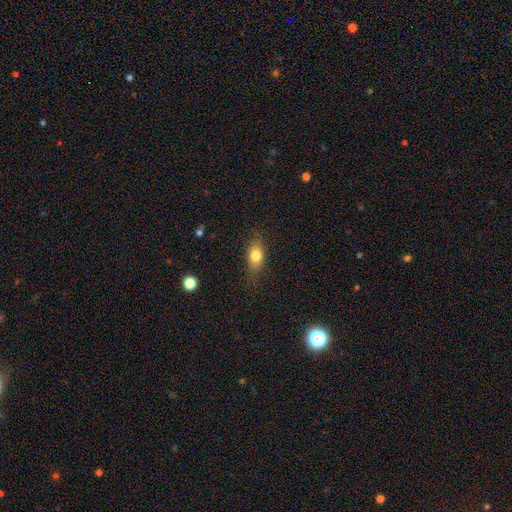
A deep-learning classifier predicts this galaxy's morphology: A smooth galaxy with no disk features (78%) that is in between round and cigar-shaped (78%). Merging: none (77%).